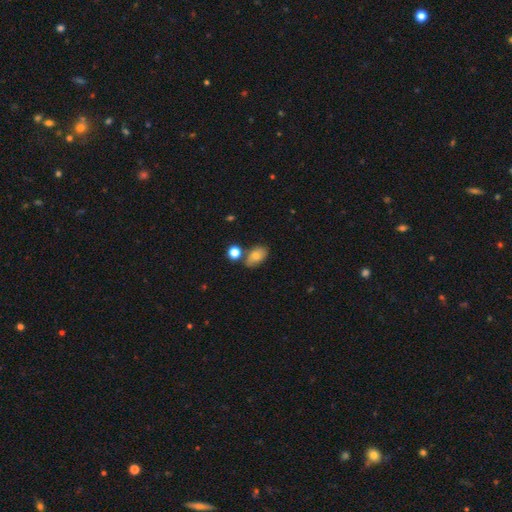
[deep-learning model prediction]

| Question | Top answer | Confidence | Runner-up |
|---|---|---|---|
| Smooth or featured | smooth | 74% | featured or disk (16%) |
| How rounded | in between | 84% | round (14%) |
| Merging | none | 63% | minor disturbance (18%) |